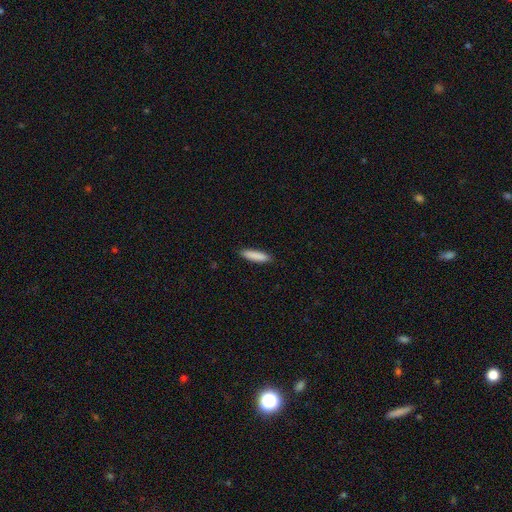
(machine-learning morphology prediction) smooth-or-featured: smooth: 88% | featured or disk: 7% | star or artifact: 6%
  how-rounded: cigar-shaped: 80% | in between: 18% | round: 1%
  merging: none: 90% | minor disturbance: 8% | major disturbance: 2% | merger: 1%